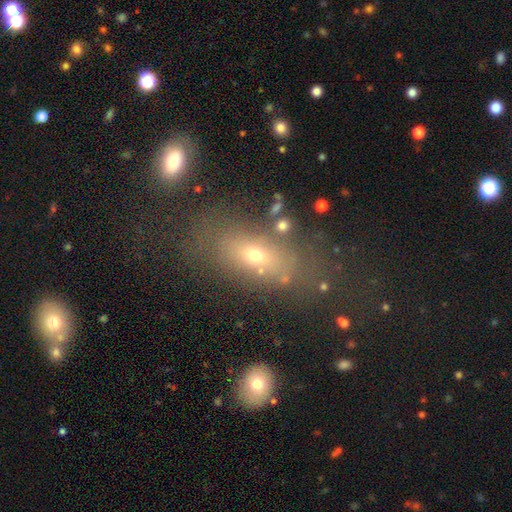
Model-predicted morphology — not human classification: type=smooth (61%); roundness=in between (74%); merging=none (65%).